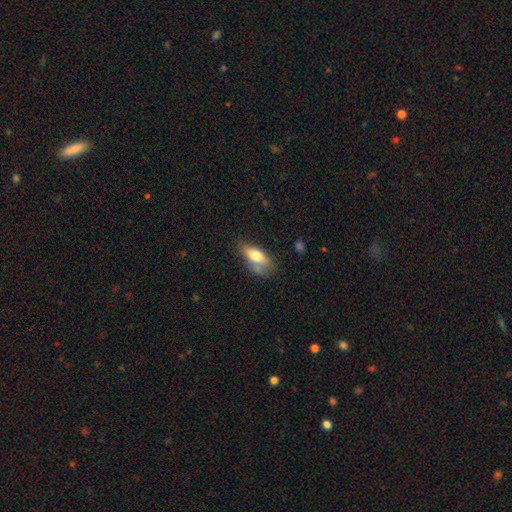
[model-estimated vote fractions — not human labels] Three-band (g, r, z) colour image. It shows a smooth galaxy with no disk features (73%) that is in between round and cigar-shaped (82%). Merging: none (45%).